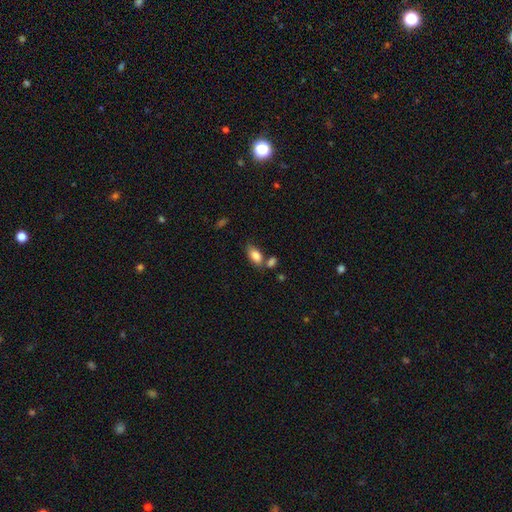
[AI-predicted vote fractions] This appears to be a smooth galaxy with no disk features (83%) that is in between round and cigar-shaped (90%). Merging: none (58%).